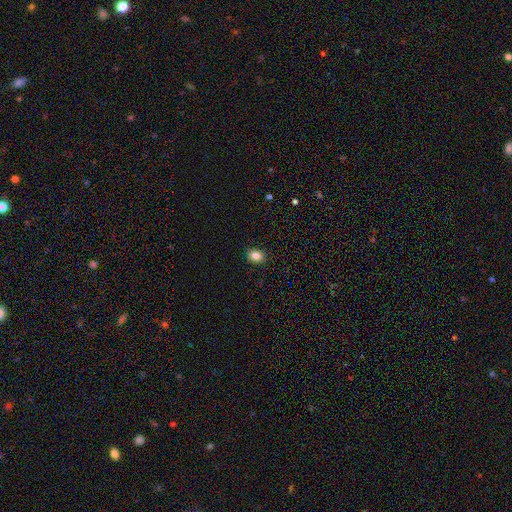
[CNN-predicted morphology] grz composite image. It shows a smooth galaxy with no disk features (84%) that is in between round and cigar-shaped (62%). Merging: none (89%).